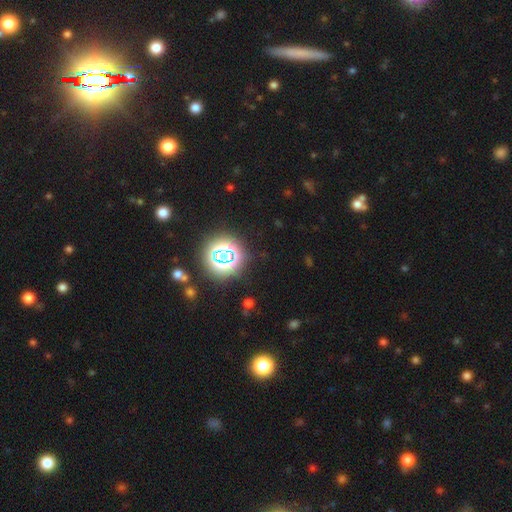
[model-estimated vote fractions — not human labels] Q: Smooth or featured?
A: star or artifact (68%); runner-up: smooth (25%)